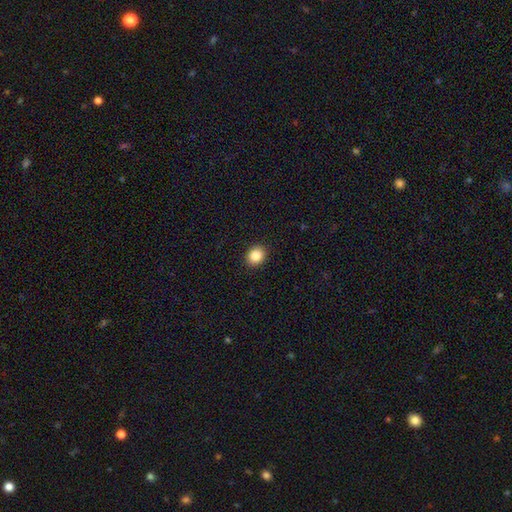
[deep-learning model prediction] This appears to be a smooth galaxy with no disk features (86%) that is round (66%). Merging: none (92%).